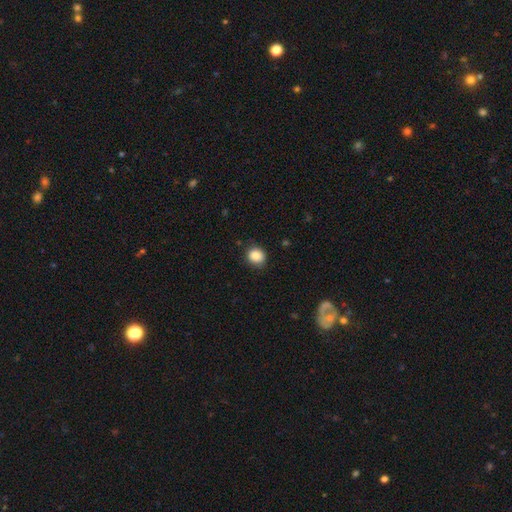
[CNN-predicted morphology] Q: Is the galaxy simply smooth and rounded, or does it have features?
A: smooth — 87%.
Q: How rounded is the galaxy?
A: round — 79%.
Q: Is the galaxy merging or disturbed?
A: none — 85%.